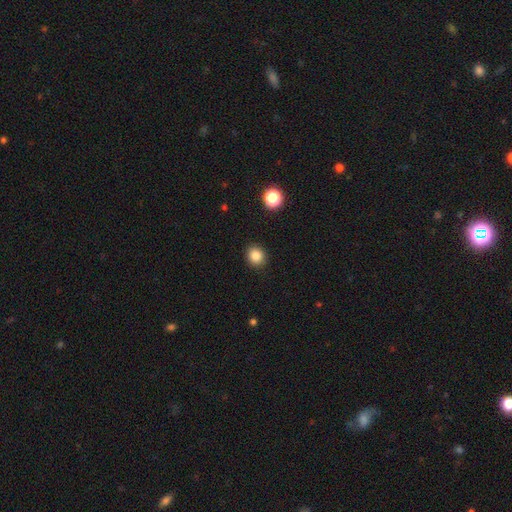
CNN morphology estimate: A smooth galaxy with no disk features (85%) that is round (79%). Merging: none (90%).